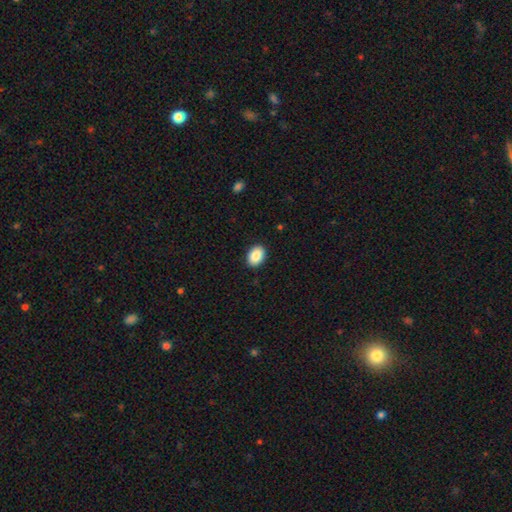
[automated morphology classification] This appears to be a smooth galaxy with no disk features (89%) that is in between round and cigar-shaped (78%). Merging: none (90%).